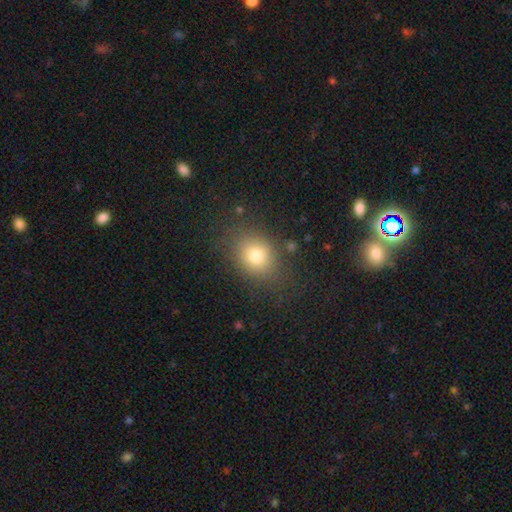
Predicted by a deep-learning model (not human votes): Q: Smooth or featured?
A: smooth (78%); runner-up: star or artifact (12%)
Q: How rounded?
A: in between (54%); runner-up: round (45%)
Q: Merging?
A: none (78%); runner-up: minor disturbance (13%)